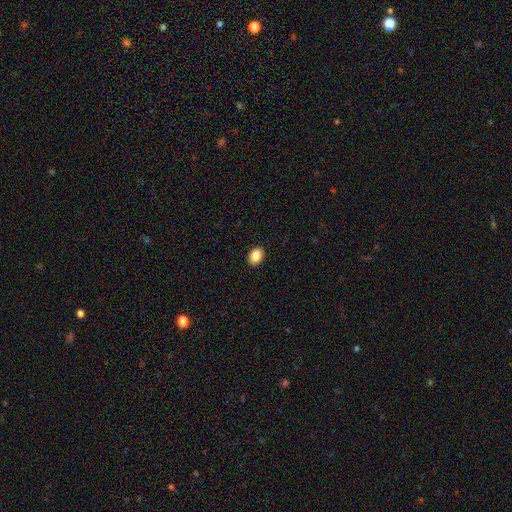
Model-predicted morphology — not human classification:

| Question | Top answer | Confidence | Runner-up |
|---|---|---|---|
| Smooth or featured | smooth | 87% | star or artifact (8%) |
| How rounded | in between | 75% | round (24%) |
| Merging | none | 91% | minor disturbance (7%) |